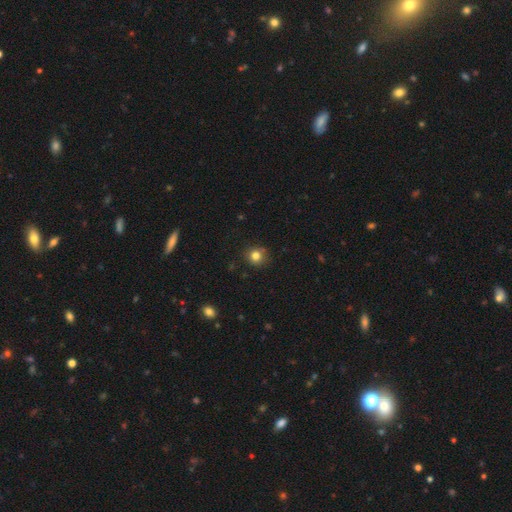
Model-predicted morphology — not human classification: Q: Smooth or featured?
A: smooth (81%); runner-up: star or artifact (13%)
Q: How rounded?
A: round (88%); runner-up: in between (12%)
Q: Merging?
A: none (83%); runner-up: minor disturbance (12%)